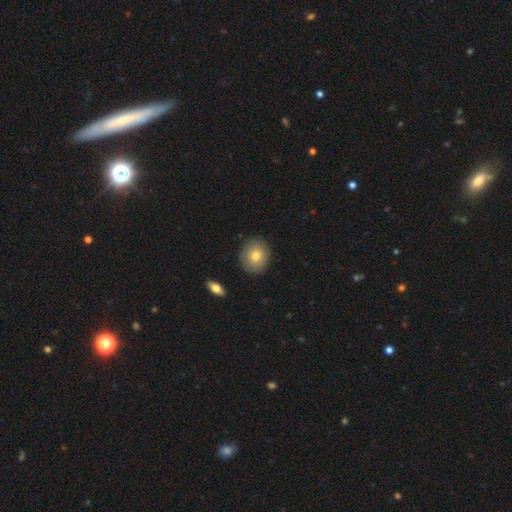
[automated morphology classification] A smooth galaxy with no disk features (78%) that is round (80%). Merging: none (87%).